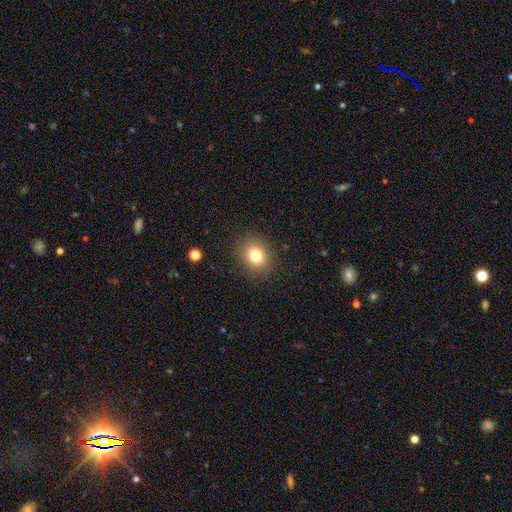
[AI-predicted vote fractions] This appears to be a smooth galaxy with no disk features (79%) that is round (64%). Merging: none (88%).